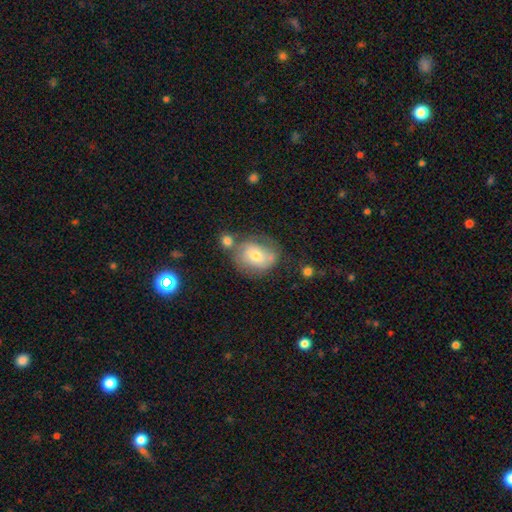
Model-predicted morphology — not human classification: Smooth or featured? smooth (48%)
Merging? none (48%)